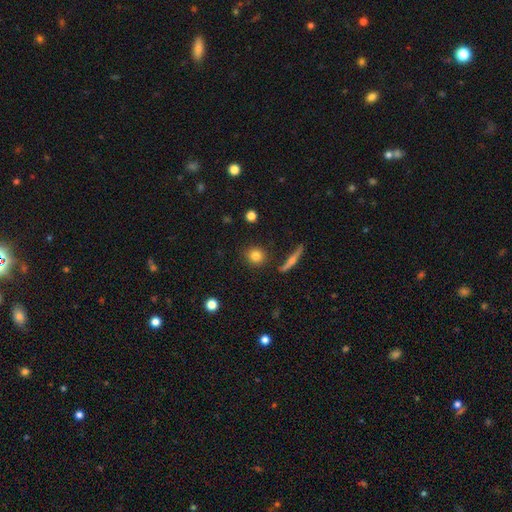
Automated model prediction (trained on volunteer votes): Smooth or featured?
  - smooth: 81% *
  - star or artifact: 10%
  - featured or disk: 9%
How rounded?
  - round: 85% *
  - in between: 12%
  - cigar-shaped: 3%
Merging?
  - none: 86% *
  - minor disturbance: 8%
  - merger: 4%
  - major disturbance: 3%